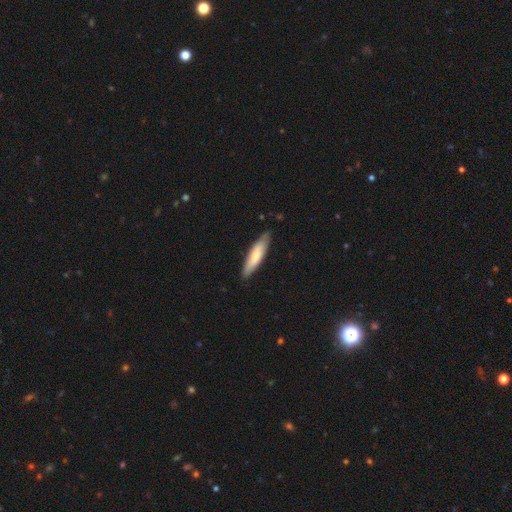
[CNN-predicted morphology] smooth 69%, featured or disk 26%, star or artifact 5%. Down the decision tree: how rounded — cigar-shaped (73%); merging — none (82%).